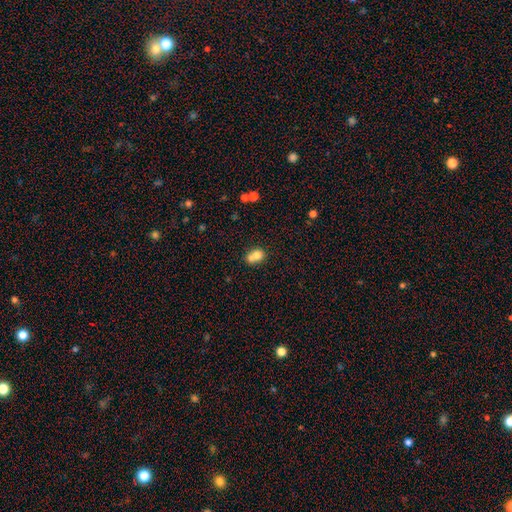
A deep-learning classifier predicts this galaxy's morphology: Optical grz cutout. It shows a smooth galaxy with no disk features (74%) that is round (56%). Merging: merger (58%).